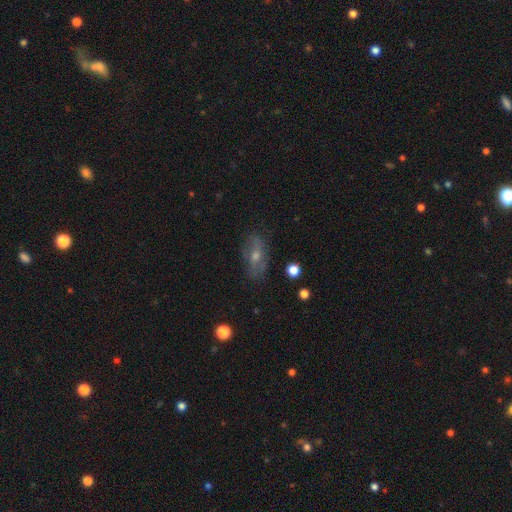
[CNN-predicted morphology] Q: Smooth or featured?
A: featured or disk (50%); runner-up: smooth (36%)
Q: Merging?
A: none (75%); runner-up: minor disturbance (17%)